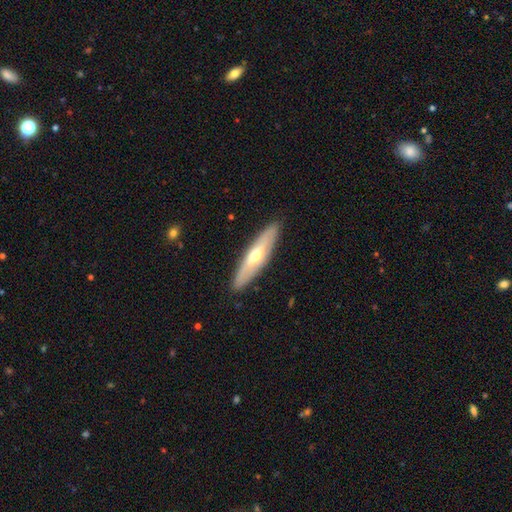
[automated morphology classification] This appears to be a featured or disk galaxy (54%) viewed edge-on (63%). Merging: none (88%).